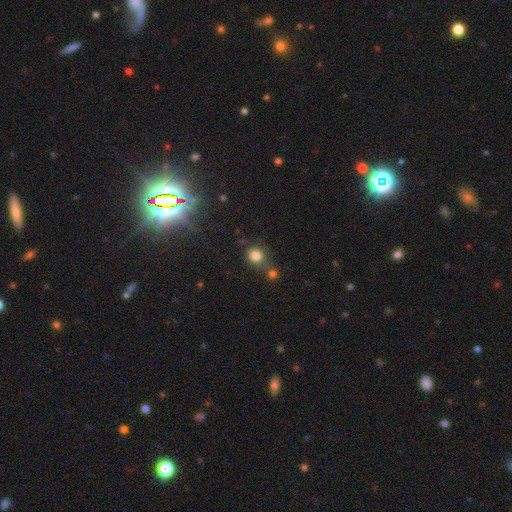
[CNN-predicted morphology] A smooth galaxy with no disk features (81%) that is round (81%). Merging: none (62%).